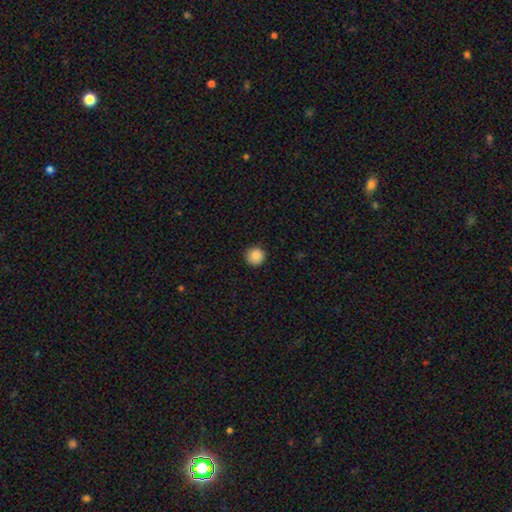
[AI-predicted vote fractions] This is clearly a smooth galaxy (88%). How rounded: clearly round (96%). Merging: clearly none (91%).